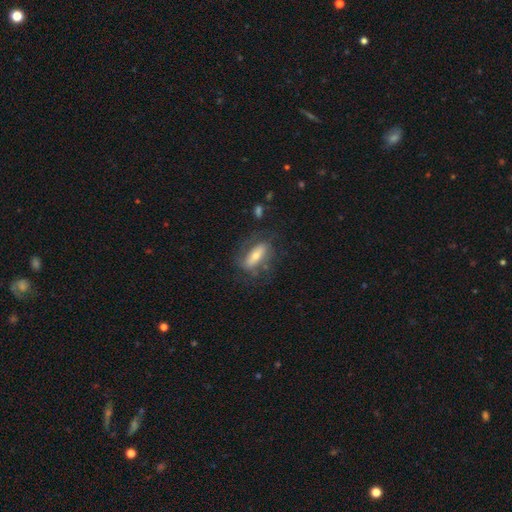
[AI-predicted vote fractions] This is possibly a featured or disk galaxy (48%). Merging: likely none (64%).